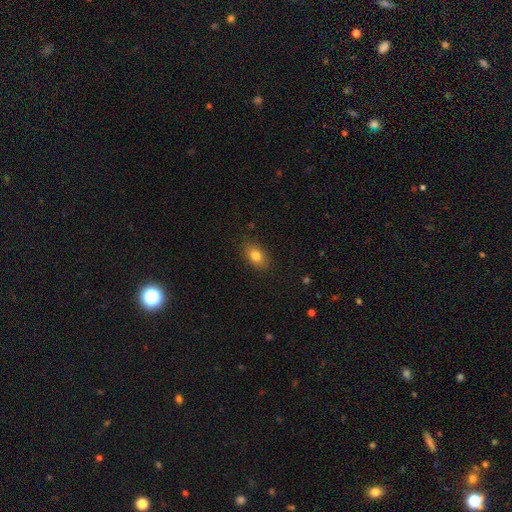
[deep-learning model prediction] The model was most divided on "smooth or featured": smooth: 81%, featured or disk: 11%, star or artifact: 9%. More confident: merging — none (86%); how rounded — in between (86%).